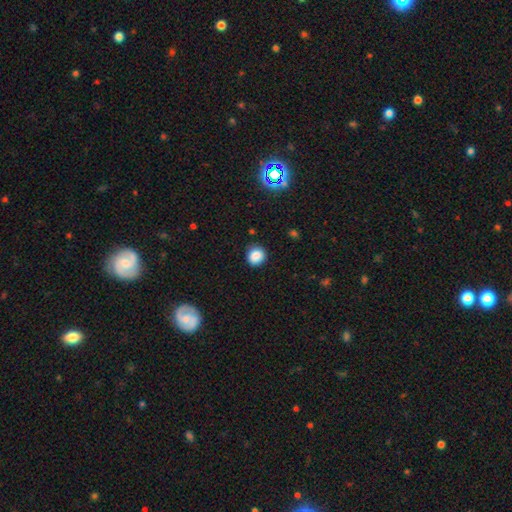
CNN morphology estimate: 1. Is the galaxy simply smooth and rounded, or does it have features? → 85% smooth, 11% star or artifact, 4% featured or disk.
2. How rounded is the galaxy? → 85% round, 14% in between, 1% cigar-shaped.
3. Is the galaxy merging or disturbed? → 84% none, 12% minor disturbance, 3% major disturbance, 2% merger.